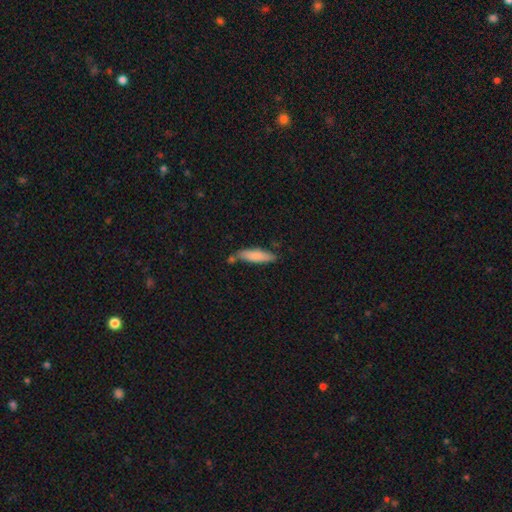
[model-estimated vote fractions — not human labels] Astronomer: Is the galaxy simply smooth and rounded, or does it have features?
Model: smooth — 82%.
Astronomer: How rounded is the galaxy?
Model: cigar-shaped — 69%.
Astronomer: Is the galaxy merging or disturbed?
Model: none — 71%.